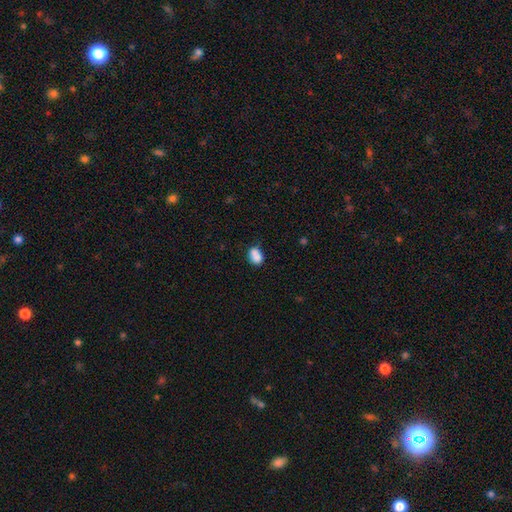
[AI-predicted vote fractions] smooth 81%, featured or disk 10%, star or artifact 9%. Down the decision tree: how rounded — in between (69%); merging — none (44%).